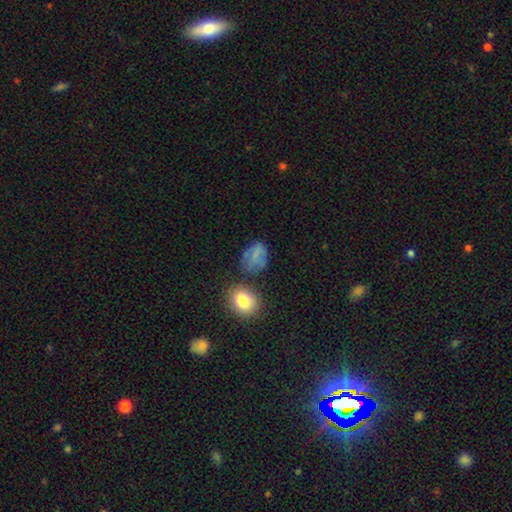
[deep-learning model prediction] Smooth or featured? Predicted: smooth (p=0.67). How rounded? Predicted: in between (p=0.62). Merging? Predicted: none (p=0.48).